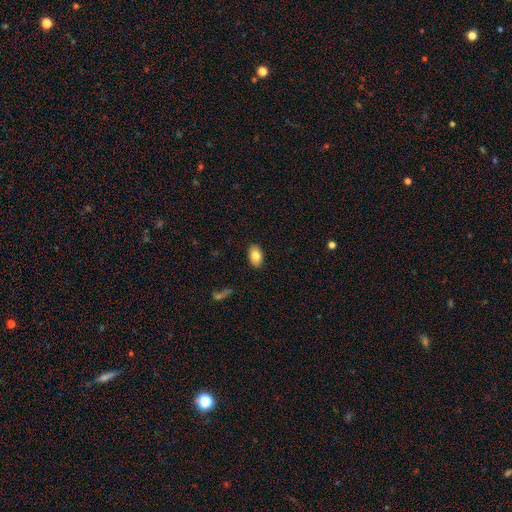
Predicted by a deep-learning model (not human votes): Smooth or featured? smooth (83%)
How rounded? in between (91%)
Merging? none (88%)